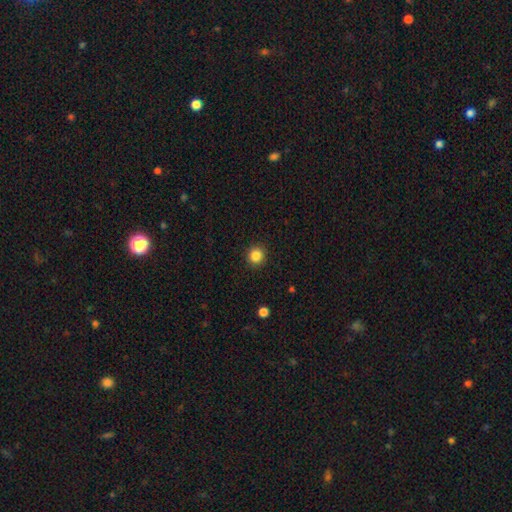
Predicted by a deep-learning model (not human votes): Smooth or featured? Predicted: smooth (p=0.85). How rounded? Predicted: round (p=0.91). Merging? Predicted: none (p=0.92).